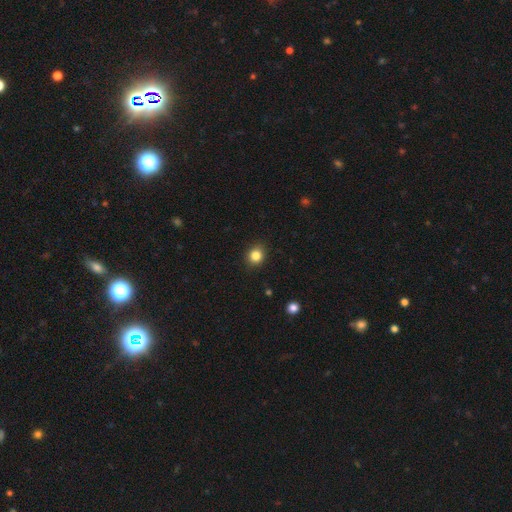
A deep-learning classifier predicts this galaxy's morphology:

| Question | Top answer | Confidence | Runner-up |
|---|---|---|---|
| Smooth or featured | smooth | 84% | star or artifact (11%) |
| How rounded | round | 79% | in between (20%) |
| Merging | none | 90% | minor disturbance (7%) |